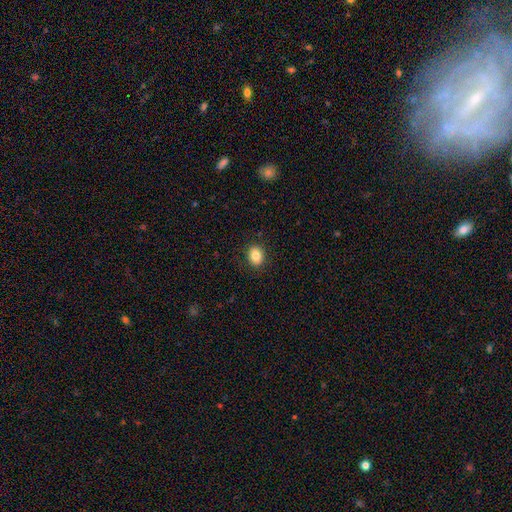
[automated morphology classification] A smooth galaxy with no disk features (85%) that is in between round and cigar-shaped (60%). Merging: none (89%).